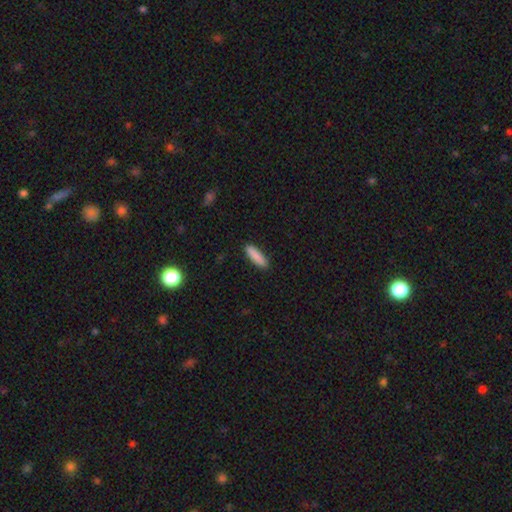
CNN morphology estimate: Overall: smooth (88%). How rounded: cigar-shaped (68%; in between 31%). Merging: none (89%).